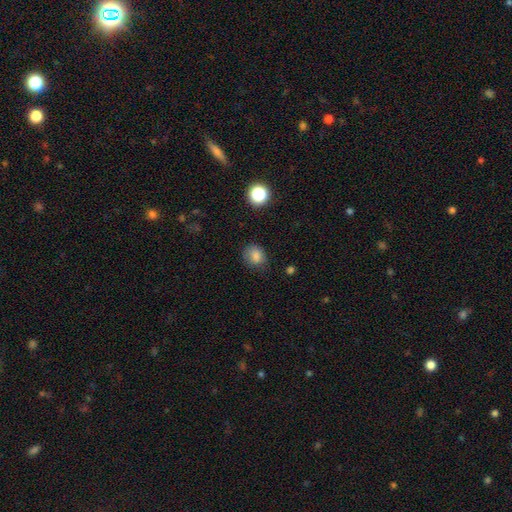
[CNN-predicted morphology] This appears to be a smooth galaxy with no disk features (82%) that is round (61%). Merging: none (71%).